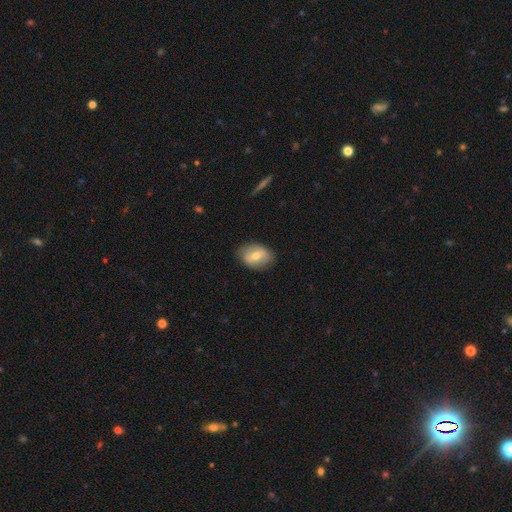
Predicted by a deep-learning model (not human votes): A smooth galaxy with no disk features (55%) that is in between round and cigar-shaped (77%). Merging: none (80%).